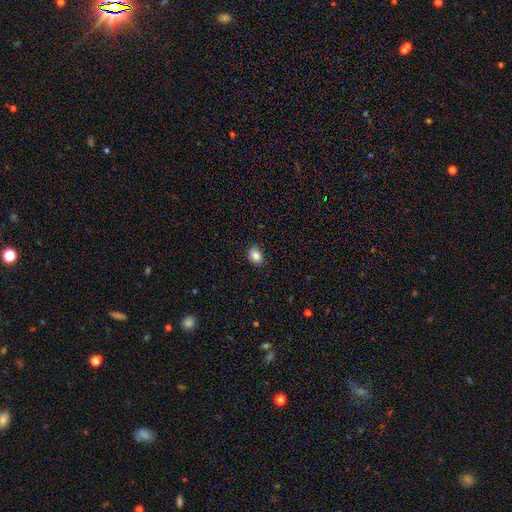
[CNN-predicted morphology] Smooth or featured? Predicted: smooth (p=0.85). How rounded? Predicted: in between (p=0.67). Merging? Predicted: none (p=0.78).